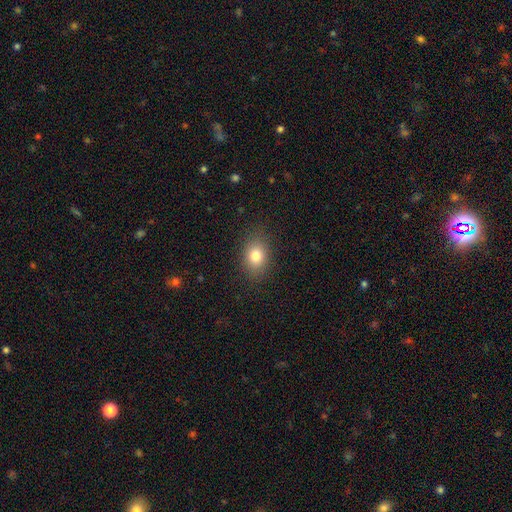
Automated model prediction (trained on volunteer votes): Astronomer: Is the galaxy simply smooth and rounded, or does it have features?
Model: smooth — 79%.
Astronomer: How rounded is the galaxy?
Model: in between — 65%.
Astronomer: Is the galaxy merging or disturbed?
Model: none — 86%.